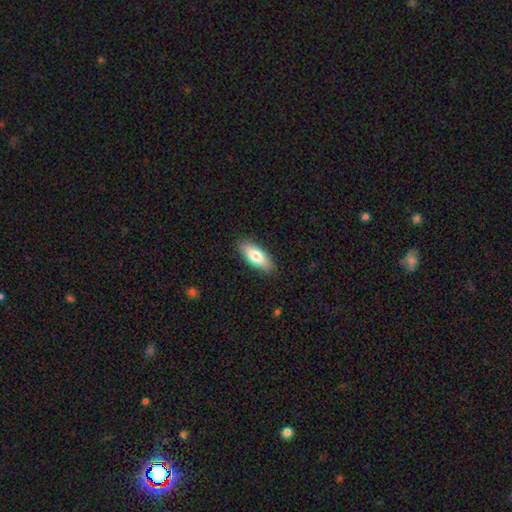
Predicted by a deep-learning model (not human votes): Q: Smooth or featured?
A: smooth (77%); runner-up: featured or disk (17%)
Q: How rounded?
A: in between (75%); runner-up: cigar-shaped (23%)
Q: Merging?
A: none (88%); runner-up: minor disturbance (9%)